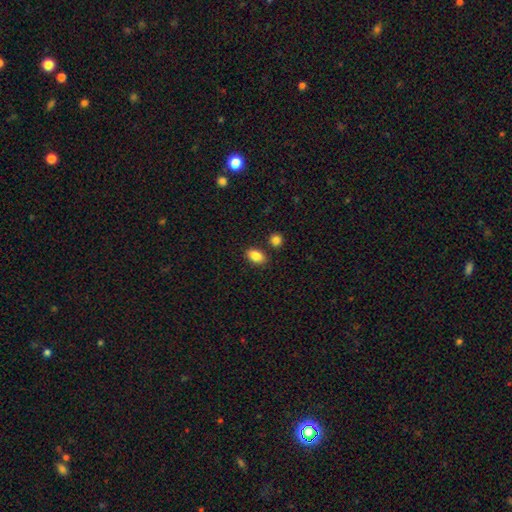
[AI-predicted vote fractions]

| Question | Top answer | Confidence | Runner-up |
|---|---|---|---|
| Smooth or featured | smooth | 87% | star or artifact (8%) |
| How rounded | in between | 88% | round (10%) |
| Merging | none | 82% | minor disturbance (9%) |